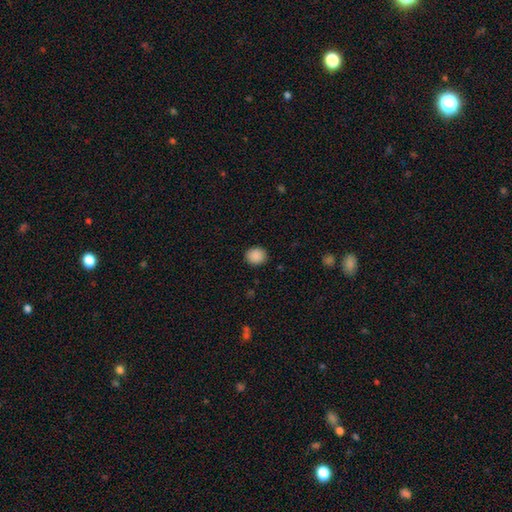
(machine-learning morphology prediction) Smooth or featured?
  - smooth: 89% *
  - star or artifact: 8%
  - featured or disk: 3%
How rounded?
  - round: 74% *
  - in between: 25%
  - cigar-shaped: 1%
Merging?
  - none: 89% *
  - minor disturbance: 7%
  - major disturbance: 2%
  - merger: 1%